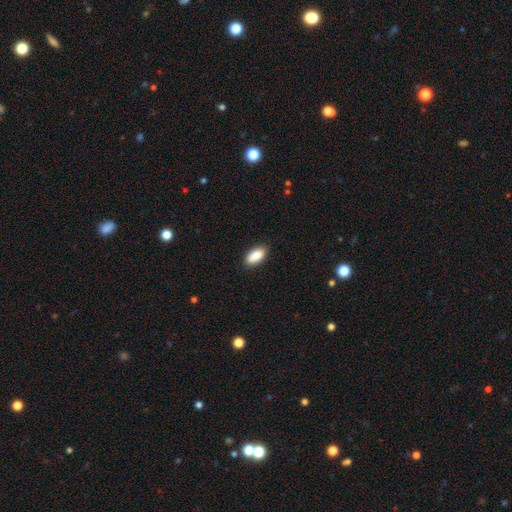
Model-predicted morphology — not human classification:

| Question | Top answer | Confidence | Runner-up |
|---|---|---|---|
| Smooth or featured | smooth | 86% | featured or disk (7%) |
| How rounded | in between | 92% | cigar-shaped (5%) |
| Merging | none | 86% | minor disturbance (11%) |